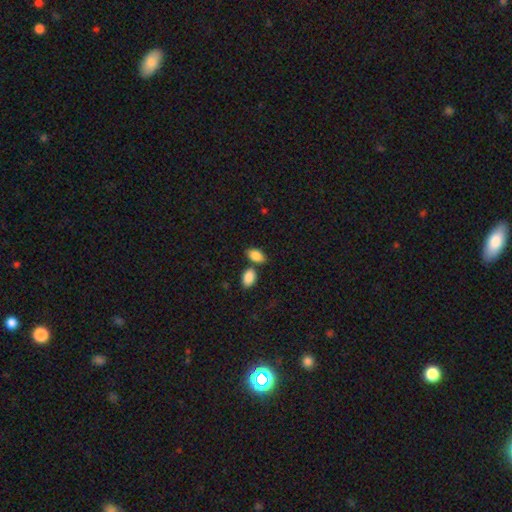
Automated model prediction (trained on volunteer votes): Smooth or featured? Predicted: smooth (p=0.87). How rounded? Predicted: in between (p=0.92). Merging? Predicted: none (p=0.61).